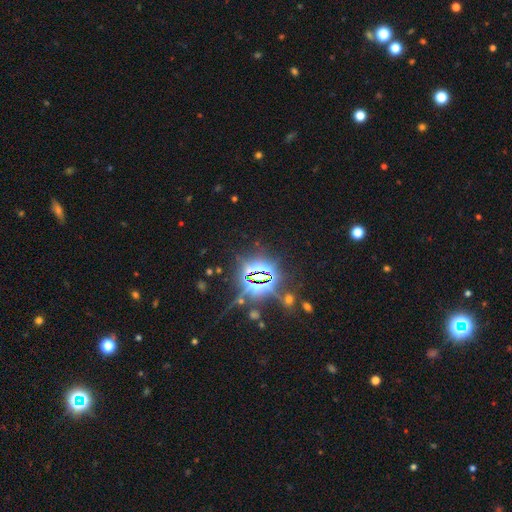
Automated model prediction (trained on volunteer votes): Smooth or featured? Predicted: star or artifact (p=0.85).